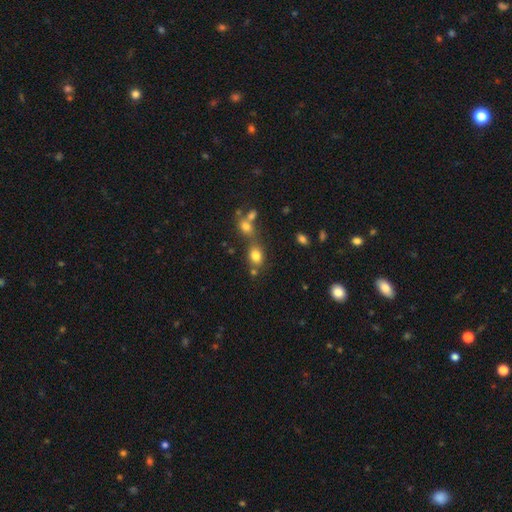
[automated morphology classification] Smooth or featured? smooth (78%)
How rounded? in between (53%)
Merging? none (53%)